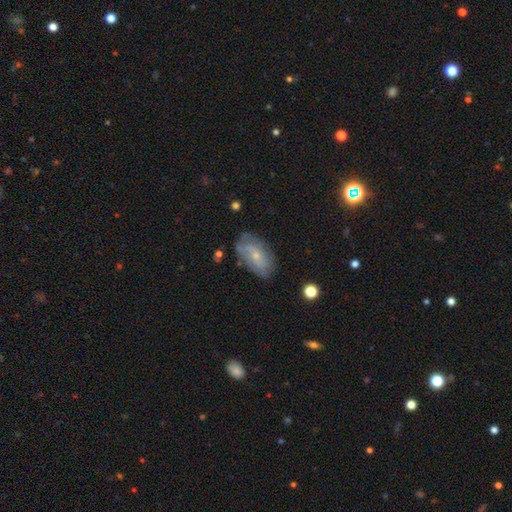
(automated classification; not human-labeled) This appears to be a featured or disk galaxy (53%). Merging: none (67%).